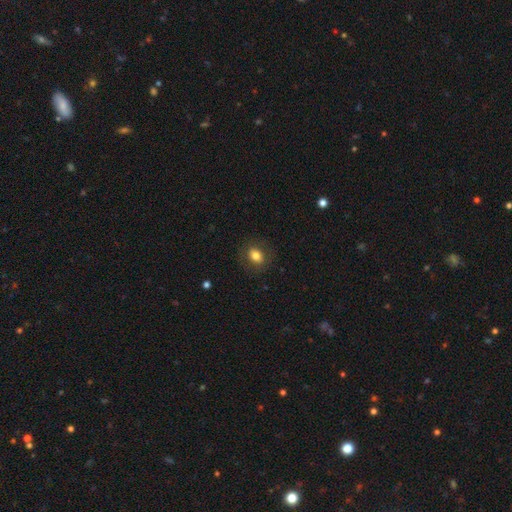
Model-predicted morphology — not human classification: smooth 78%, featured or disk 12%, star or artifact 10%. Down the decision tree: how rounded — in between (55%); merging — none (85%).